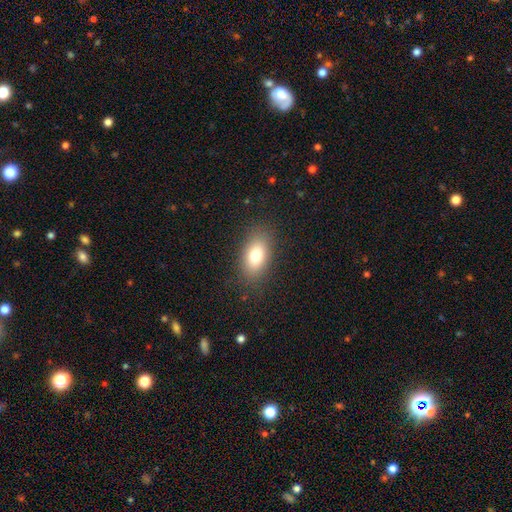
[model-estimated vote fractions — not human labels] Smooth or featured: smooth — 76% (featured or disk — 14%)
How rounded: in between — 87% (round — 10%)
Merging: none — 84% (minor disturbance — 10%)